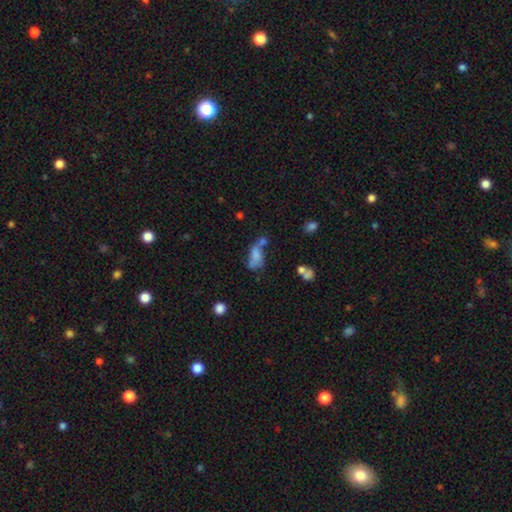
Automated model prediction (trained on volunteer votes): Q: Smooth or featured?
A: smooth (62%); runner-up: featured or disk (26%)
Q: How rounded?
A: in between (83%); runner-up: cigar-shaped (9%)
Q: Merging?
A: merger (38%); runner-up: none (22%)